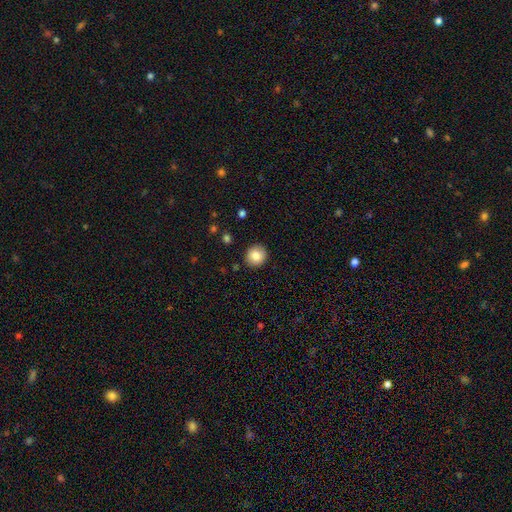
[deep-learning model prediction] The model was most divided on "smooth or featured": smooth: 84%, star or artifact: 9%, featured or disk: 7%. More confident: merging — none (91%); how rounded — round (90%).